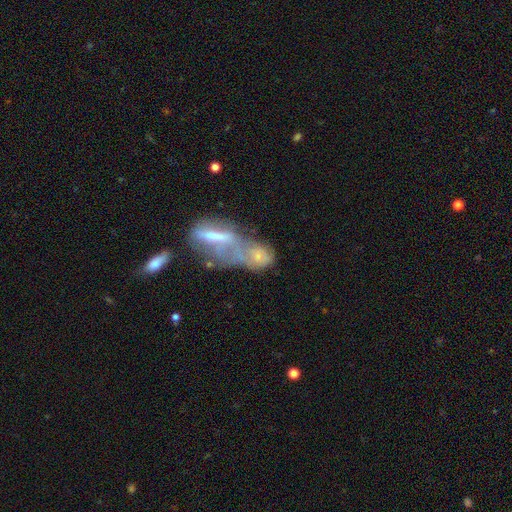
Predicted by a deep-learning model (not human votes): A smooth galaxy with no disk features (51%) that is in between round and cigar-shaped (68%). Merging: merger (70%).